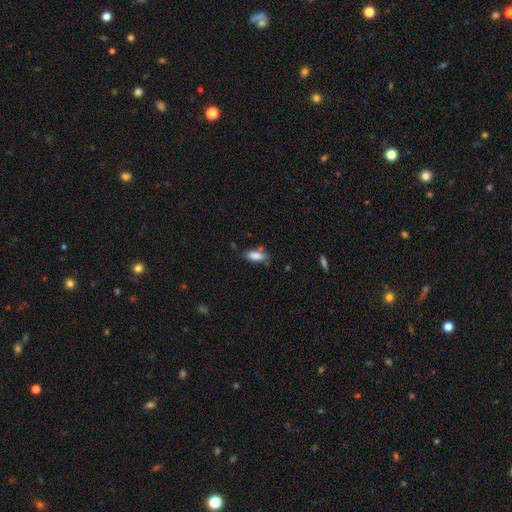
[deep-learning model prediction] A smooth galaxy with no disk features (84%) that is in between round and cigar-shaped (83%). Merging: none (70%).